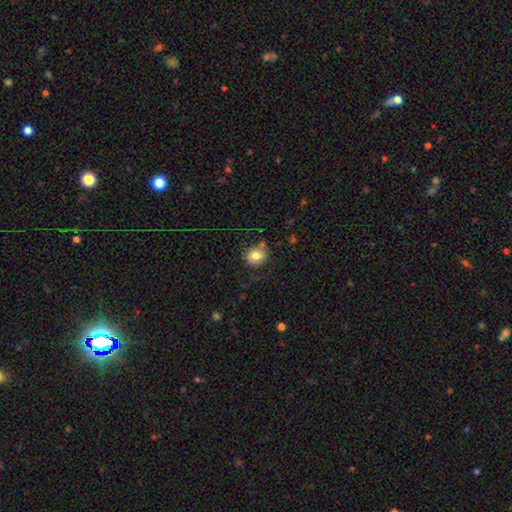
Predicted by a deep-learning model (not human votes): A smooth galaxy with no disk features (78%) that is round (74%). Merging: none (76%).